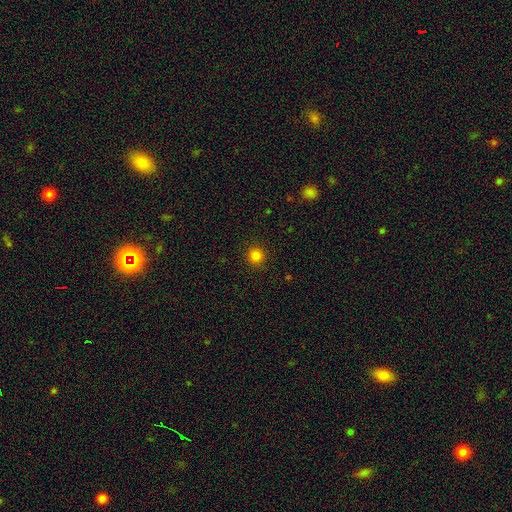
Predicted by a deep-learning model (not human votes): smooth 83%, star or artifact 13%, featured or disk 3%. Down the decision tree: how rounded — round (94%); merging — none (92%).